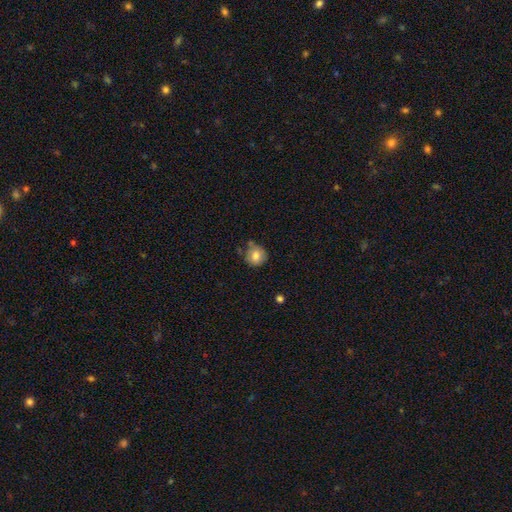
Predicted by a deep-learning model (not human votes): Overall: smooth (80%). How rounded: round (85%). Merging: none (63%; minor disturbance 26%).